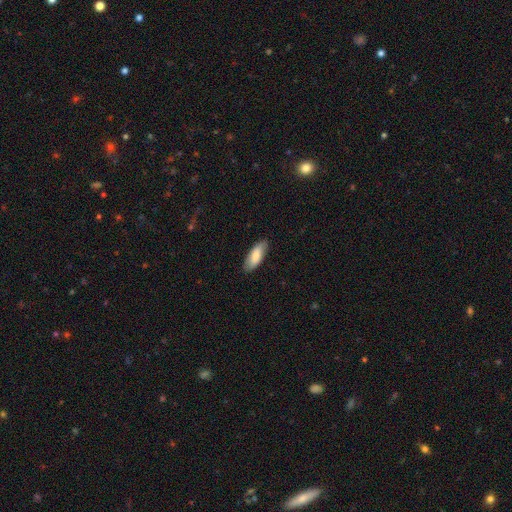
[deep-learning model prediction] A smooth galaxy with no disk features (81%) that is in between round and cigar-shaped (76%). Merging: none (85%).